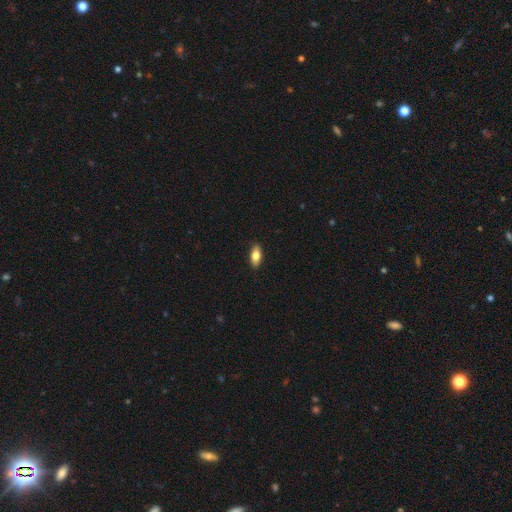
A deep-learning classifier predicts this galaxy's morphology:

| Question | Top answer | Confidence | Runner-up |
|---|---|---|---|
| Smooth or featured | smooth | 77% | featured or disk (16%) |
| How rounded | in between | 84% | cigar-shaped (13%) |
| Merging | none | 89% | minor disturbance (8%) |